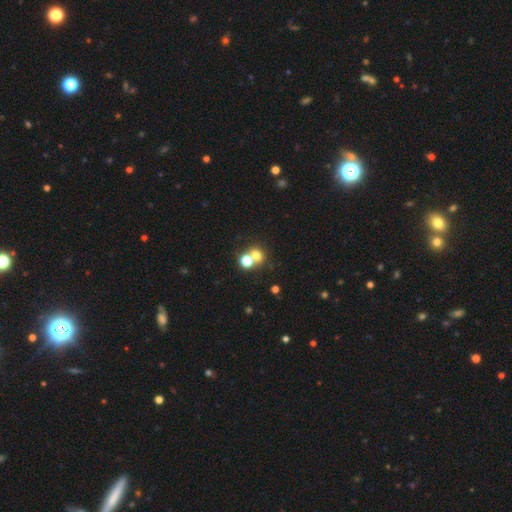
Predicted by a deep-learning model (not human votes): Smooth or featured? smooth (69%)
How rounded? round (75%)
Merging? none (47%)